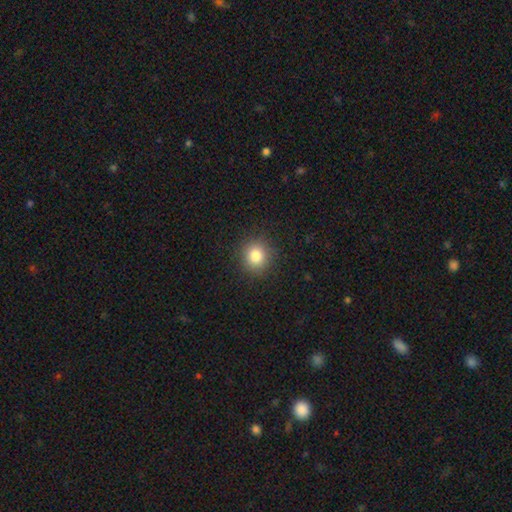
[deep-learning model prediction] A smooth galaxy with no disk features (83%) that is round (88%). Merging: none (89%).